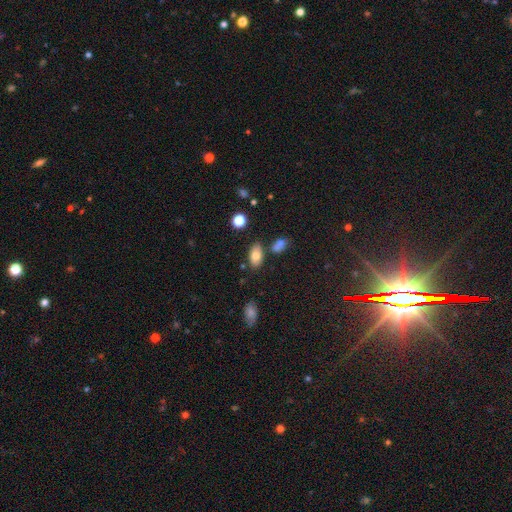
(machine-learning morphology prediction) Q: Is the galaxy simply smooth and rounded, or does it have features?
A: smooth — 77%.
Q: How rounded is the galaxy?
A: in between — 92%.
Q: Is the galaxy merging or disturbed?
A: none — 75%.